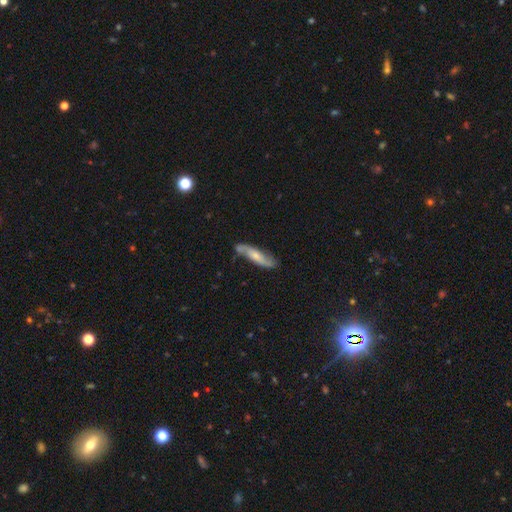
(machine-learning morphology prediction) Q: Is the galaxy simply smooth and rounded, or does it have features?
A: featured or disk — 54%.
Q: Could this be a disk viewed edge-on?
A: no — 69%.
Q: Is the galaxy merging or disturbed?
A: none — 67%.